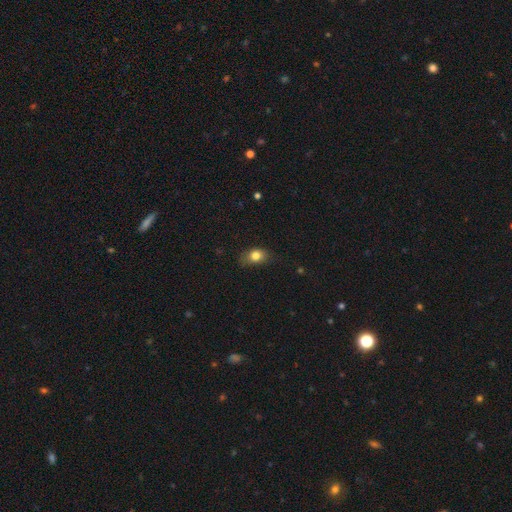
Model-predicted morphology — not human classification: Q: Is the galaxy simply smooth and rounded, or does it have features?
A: smooth — 80%.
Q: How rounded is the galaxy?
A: in between — 71%.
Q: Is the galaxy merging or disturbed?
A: none — 68%.